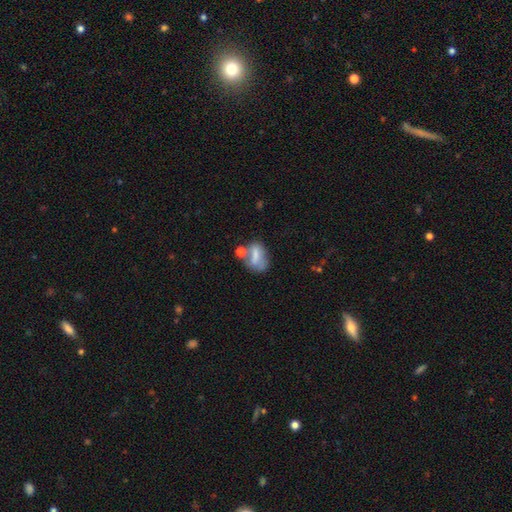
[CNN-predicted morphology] This is likely a smooth galaxy (63%). How rounded: likely in between (73%). Merging: marginally none (40%).